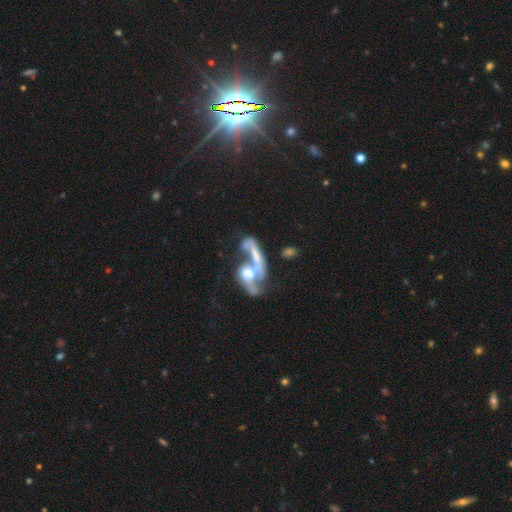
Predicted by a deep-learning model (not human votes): This is likely a featured or disk galaxy (60%). It is clearly not viewed edge-on (92%). Bar: likely no (74%). Spiral arm pattern: possibly no (59%). Central bulge: marginally moderate (36%). Merging: likely merger (65%).